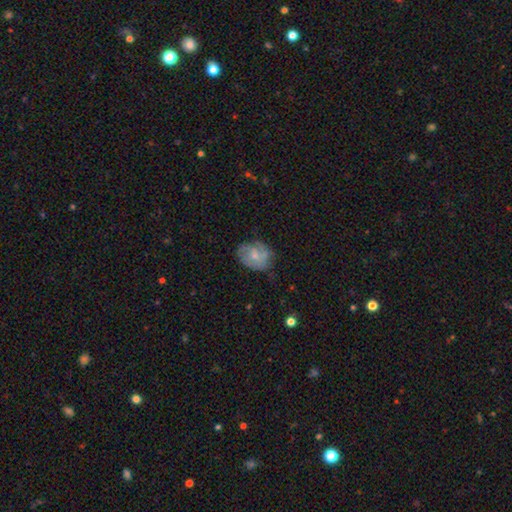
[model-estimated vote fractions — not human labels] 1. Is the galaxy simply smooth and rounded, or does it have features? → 47% smooth, 46% featured or disk, 7% star or artifact.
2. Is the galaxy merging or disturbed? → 57% none, 30% minor disturbance, 11% major disturbance, 2% merger.